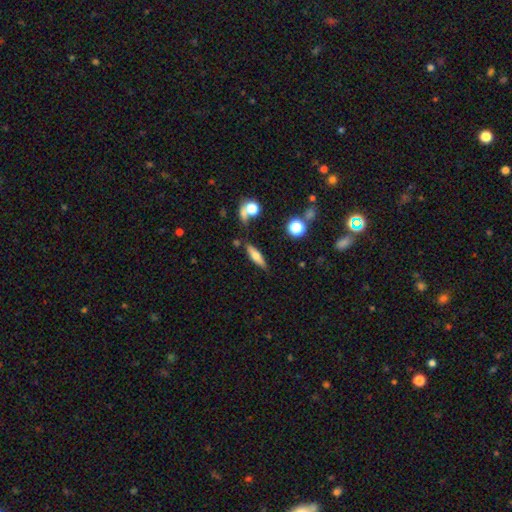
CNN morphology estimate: The model was most divided on "how rounded": cigar-shaped: 58%, in between: 38%, round: 4%. More confident: merging — none (75%); smooth or featured — smooth (56%).